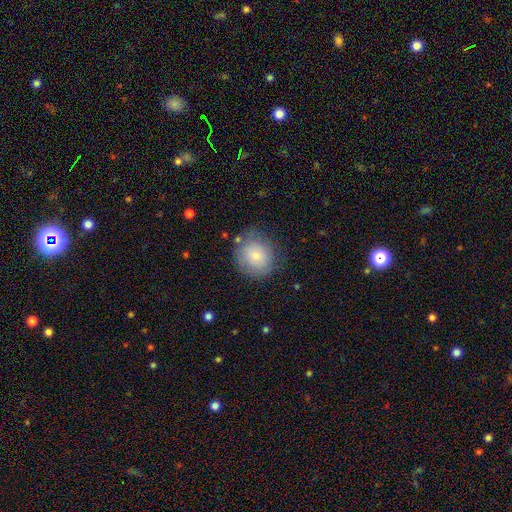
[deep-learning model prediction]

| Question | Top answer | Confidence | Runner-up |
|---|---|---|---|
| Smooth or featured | smooth | 76% | featured or disk (16%) |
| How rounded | round | 88% | in between (11%) |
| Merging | none | 76% | minor disturbance (16%) |